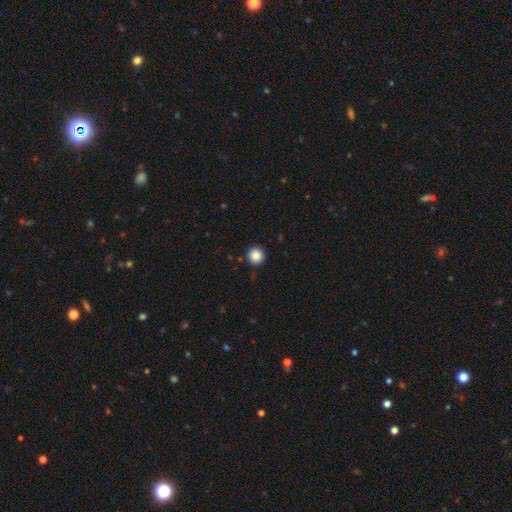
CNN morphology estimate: smooth 87%, star or artifact 10%, featured or disk 3%. Down the decision tree: how rounded — round (96%); merging — none (92%).